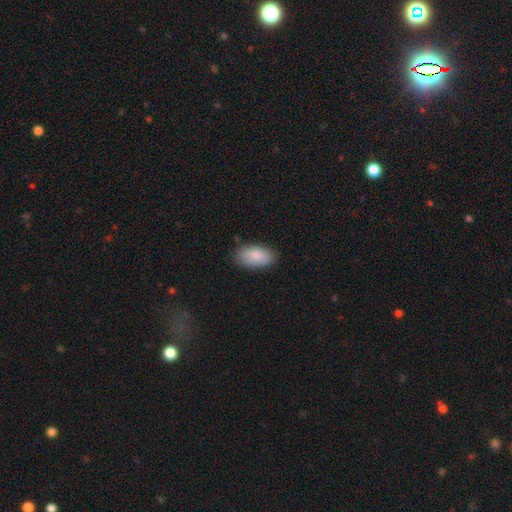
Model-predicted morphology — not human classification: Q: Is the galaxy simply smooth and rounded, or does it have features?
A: smooth — 87%.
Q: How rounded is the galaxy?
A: in between — 94%.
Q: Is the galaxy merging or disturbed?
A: none — 83%.